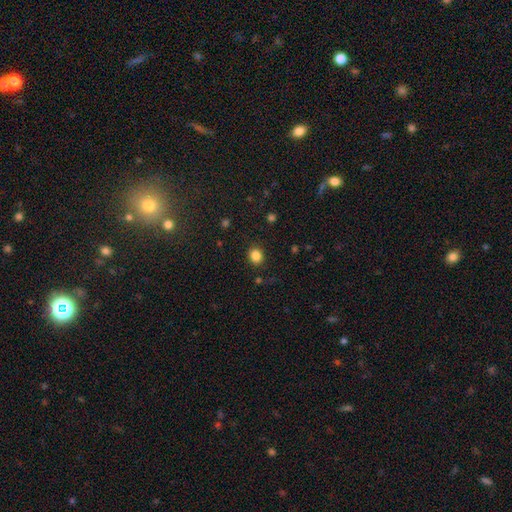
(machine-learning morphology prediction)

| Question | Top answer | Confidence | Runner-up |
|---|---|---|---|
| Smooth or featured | smooth | 85% | star or artifact (11%) |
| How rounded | round | 74% | in between (25%) |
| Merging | none | 88% | minor disturbance (8%) |